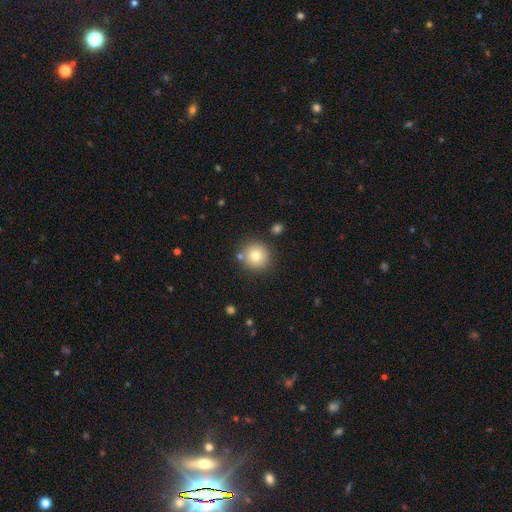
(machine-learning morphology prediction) Overall: smooth (78%). How rounded: round (94%). Merging: none (83%).